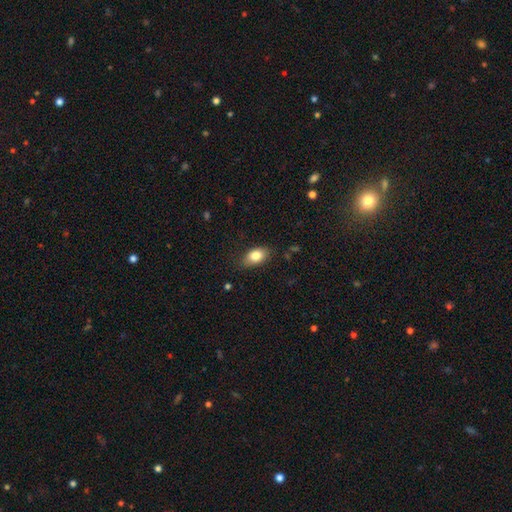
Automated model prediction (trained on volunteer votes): Morphology: type=smooth (81%); roundness=in between (89%); merging=none (81%).